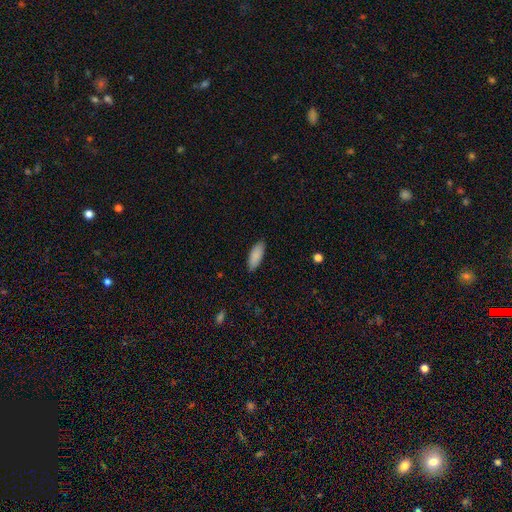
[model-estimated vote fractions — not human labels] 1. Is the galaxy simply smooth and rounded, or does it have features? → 89% smooth, 6% star or artifact, 5% featured or disk.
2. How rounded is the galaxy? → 72% in between, 26% cigar-shaped, 2% round.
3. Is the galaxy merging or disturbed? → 89% none, 8% minor disturbance, 2% major disturbance, 1% merger.